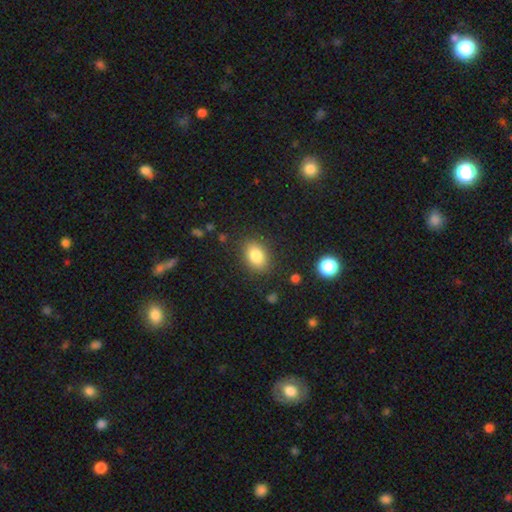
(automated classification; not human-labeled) Smooth or featured?
  - smooth: 83% *
  - star or artifact: 9%
  - featured or disk: 8%
How rounded?
  - in between: 75% *
  - round: 23%
  - cigar-shaped: 1%
Merging?
  - none: 85% *
  - minor disturbance: 10%
  - major disturbance: 3%
  - merger: 2%